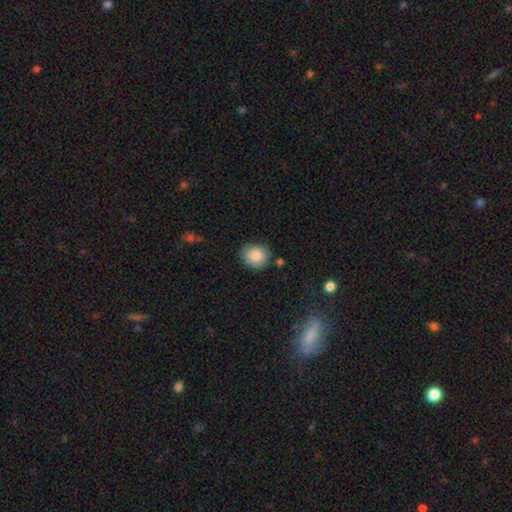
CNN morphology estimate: Q: Smooth or featured?
A: smooth (86%); runner-up: star or artifact (8%)
Q: How rounded?
A: round (80%); runner-up: in between (19%)
Q: Merging?
A: none (81%); runner-up: minor disturbance (13%)